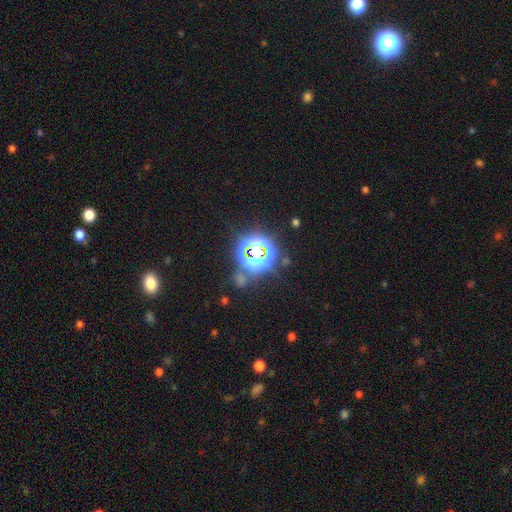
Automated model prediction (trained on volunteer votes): Smooth or featured? star or artifact (78%)